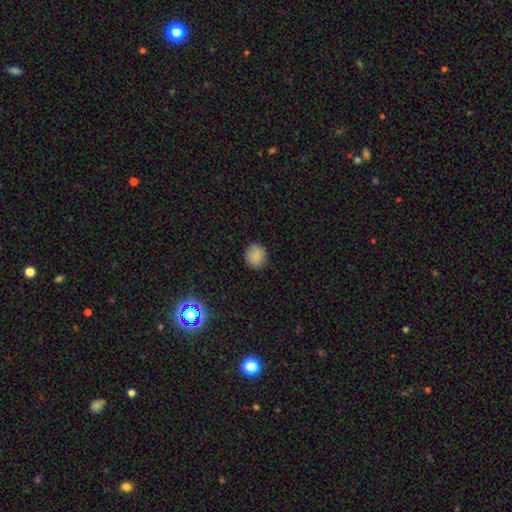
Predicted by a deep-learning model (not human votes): Overall: smooth (86%). How rounded: round (85%). Merging: none (90%).